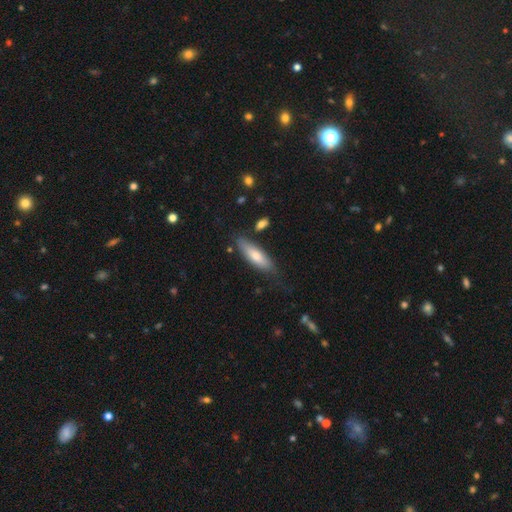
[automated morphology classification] The model was most divided on "how rounded": cigar-shaped: 54%, in between: 44%, round: 2%. More confident: merging — none (72%); smooth or featured — smooth (68%).